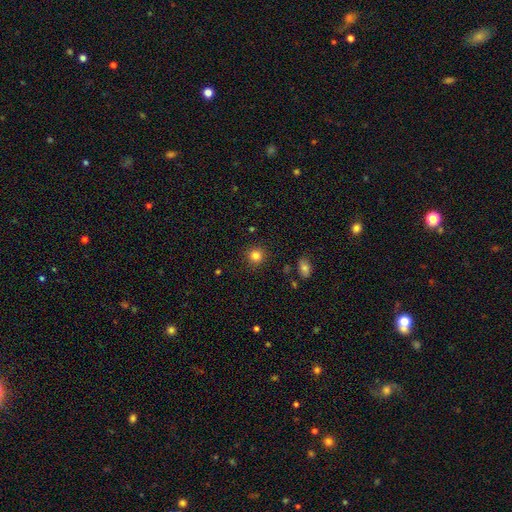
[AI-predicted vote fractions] Smooth or featured? Predicted: smooth (p=0.83). How rounded? Predicted: round (p=0.91). Merging? Predicted: none (p=0.90).